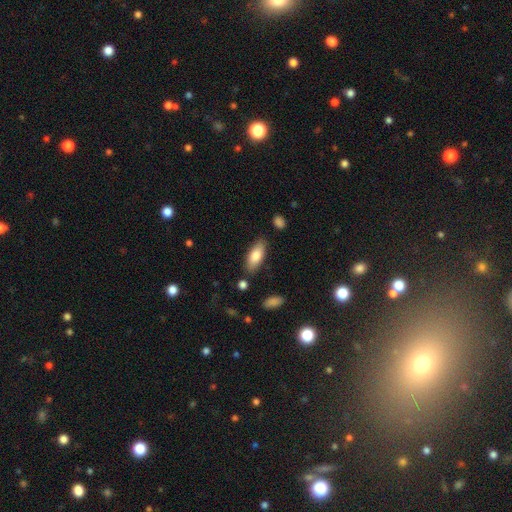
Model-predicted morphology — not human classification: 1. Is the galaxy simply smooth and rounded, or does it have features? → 79% smooth, 15% featured or disk, 6% star or artifact.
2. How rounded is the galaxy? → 80% in between, 17% cigar-shaped, 2% round.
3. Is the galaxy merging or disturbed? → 84% none, 11% minor disturbance, 3% merger, 2% major disturbance.